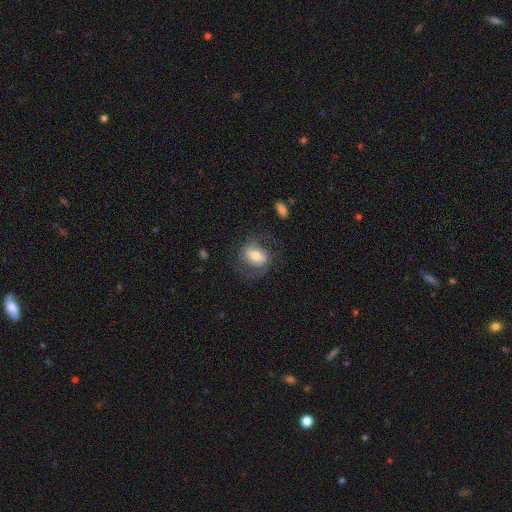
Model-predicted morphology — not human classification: type=featured or disk (50%); edge-on=no (95%); merging=none (64%).